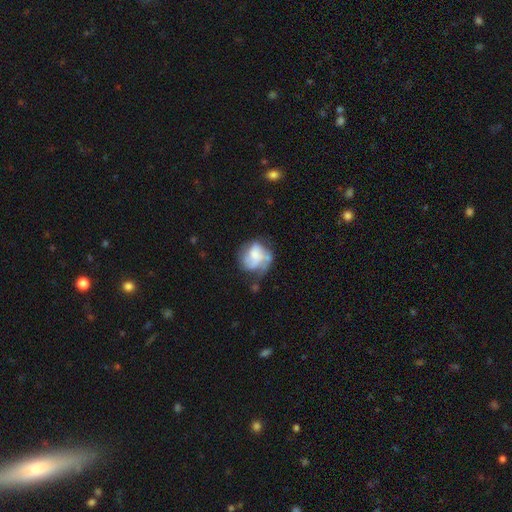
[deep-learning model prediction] A featured or disk galaxy (47%).

Vote fractions:
- Smooth or featured? featured or disk: 47% / smooth: 45% / star or artifact: 8%
- Merging? none: 35% / major disturbance: 28% / minor disturbance: 27% / merger: 10%